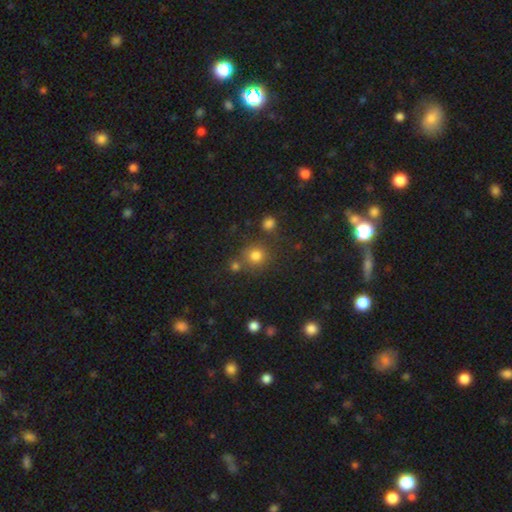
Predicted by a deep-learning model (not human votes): This appears to be a smooth galaxy with no disk features (78%) that is round (89%). Merging: none (69%).